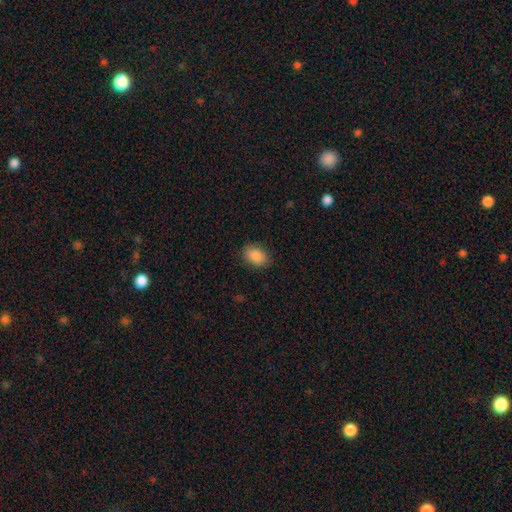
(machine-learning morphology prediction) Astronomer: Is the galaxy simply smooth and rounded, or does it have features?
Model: smooth — 88%.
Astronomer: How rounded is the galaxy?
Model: in between — 83%.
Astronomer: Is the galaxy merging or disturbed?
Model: none — 87%.